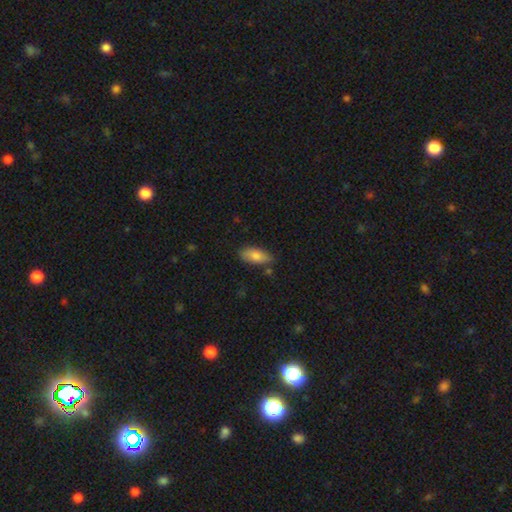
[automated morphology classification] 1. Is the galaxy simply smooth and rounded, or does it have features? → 77% smooth, 16% featured or disk, 7% star or artifact.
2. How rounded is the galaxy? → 84% in between, 13% cigar-shaped, 3% round.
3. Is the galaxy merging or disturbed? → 74% none, 19% minor disturbance, 3% merger, 3% major disturbance.